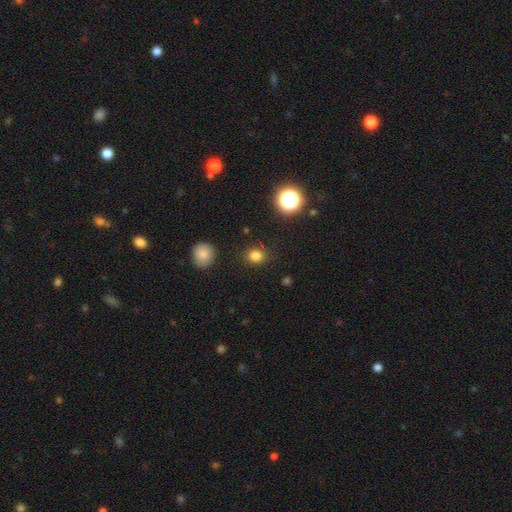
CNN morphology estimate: type=smooth (81%); roundness=round (81%); merging=none (87%).